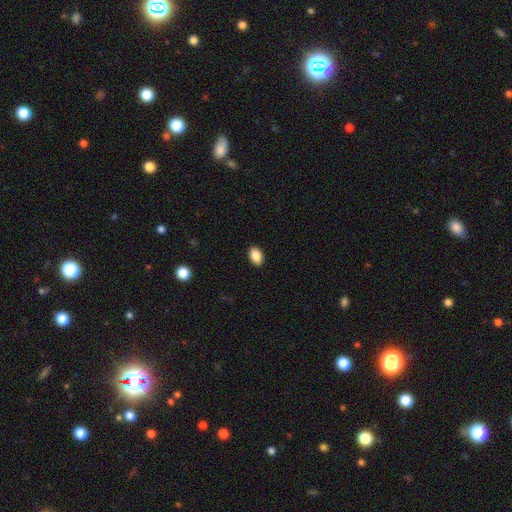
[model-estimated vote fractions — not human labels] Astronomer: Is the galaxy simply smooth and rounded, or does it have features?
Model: smooth — 89%.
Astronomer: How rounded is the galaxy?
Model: in between — 89%.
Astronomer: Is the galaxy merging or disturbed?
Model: none — 90%.